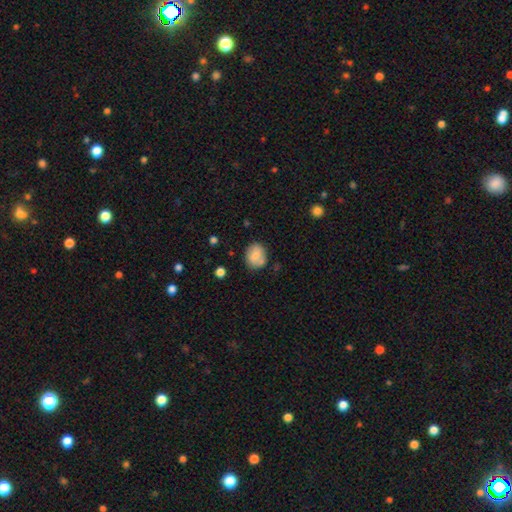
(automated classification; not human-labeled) smooth 79%, featured or disk 14%, star or artifact 8%. Down the decision tree: how rounded — round (52%); merging — none (71%).